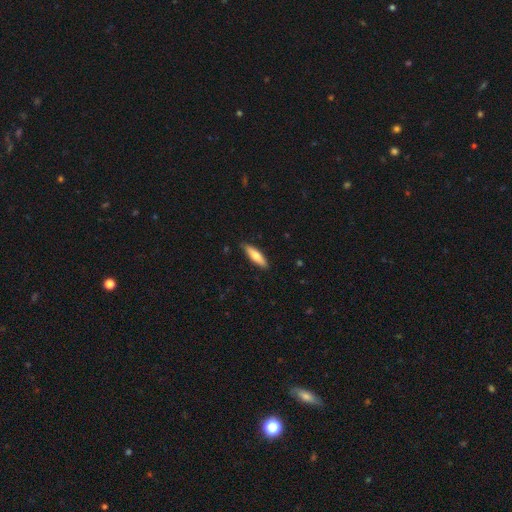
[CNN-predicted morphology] Smooth or featured?
  - smooth: 70% *
  - featured or disk: 24%
  - star or artifact: 5%
How rounded?
  - cigar-shaped: 64% *
  - in between: 35%
  - round: 2%
Merging?
  - none: 87% *
  - minor disturbance: 10%
  - major disturbance: 2%
  - merger: 1%